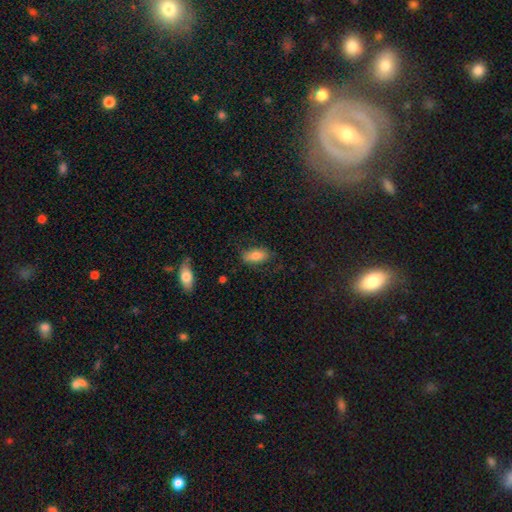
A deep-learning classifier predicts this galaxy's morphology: The model was most divided on "merging": none: 76%, minor disturbance: 17%, major disturbance: 5%, merger: 2%. More confident: how rounded — in between (87%); smooth or featured — smooth (78%).